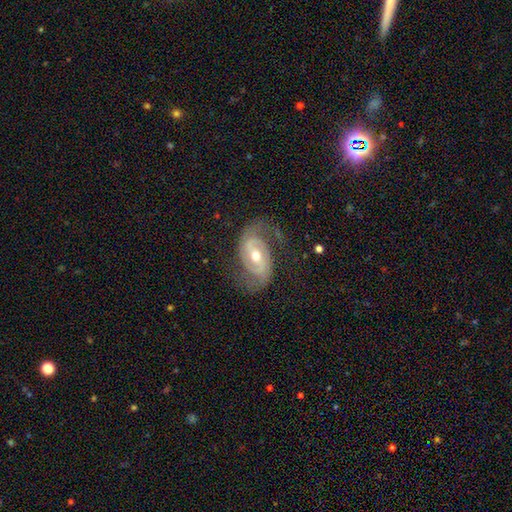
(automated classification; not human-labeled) Morphology: type=featured or disk (88%); edge-on=no (96%); bar=weak (40%); spiral arms=yes (95%); winding=medium (47%); arm count=2 (89%); bulge=moderate (66%); merging=none (70%).